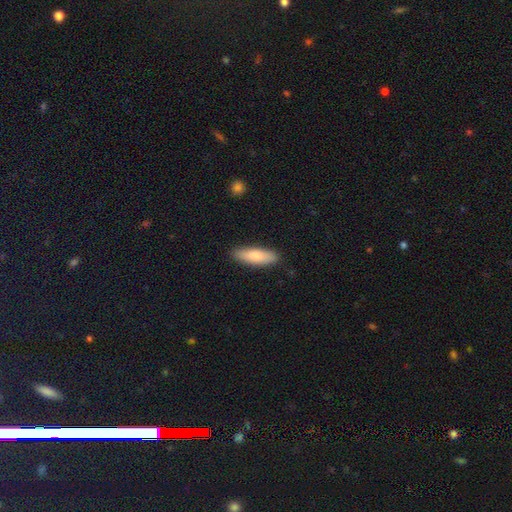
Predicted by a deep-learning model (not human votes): smooth-or-featured: smooth: 81% | featured or disk: 13% | star or artifact: 5%
  how-rounded: cigar-shaped: 50% | in between: 48% | round: 2%
  merging: none: 89% | minor disturbance: 9% | major disturbance: 2% | merger: 1%